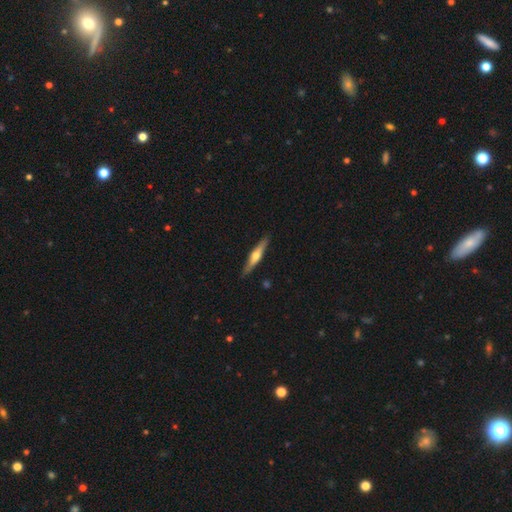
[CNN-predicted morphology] The model was most divided on "smooth or featured": featured or disk: 62%, smooth: 33%, star or artifact: 5%. More confident: edge-on disk — yes (96%); edge-on bulge — rounded (92%); merging — none (89%).